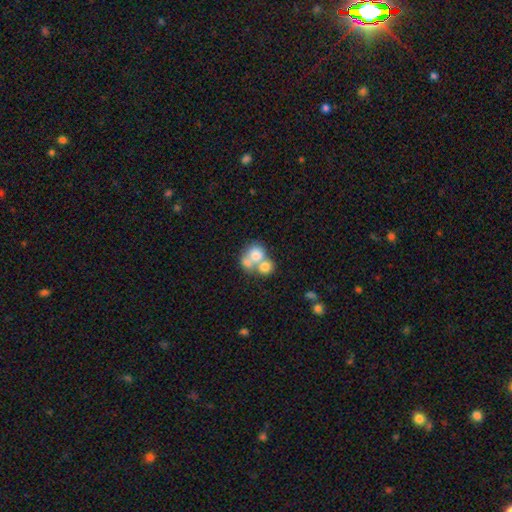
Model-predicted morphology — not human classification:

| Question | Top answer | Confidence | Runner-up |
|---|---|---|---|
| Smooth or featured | smooth | 67% | featured or disk (23%) |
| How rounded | round | 70% | in between (29%) |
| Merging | merger | 64% | none (25%) |